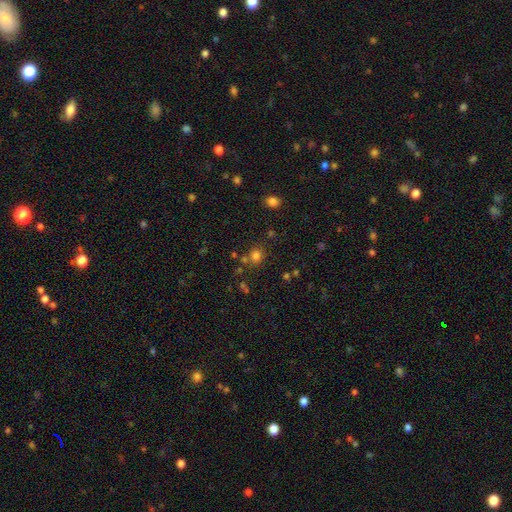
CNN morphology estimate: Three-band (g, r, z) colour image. It shows a smooth galaxy with no disk features (75%) that is round (82%). Merging: none (74%).